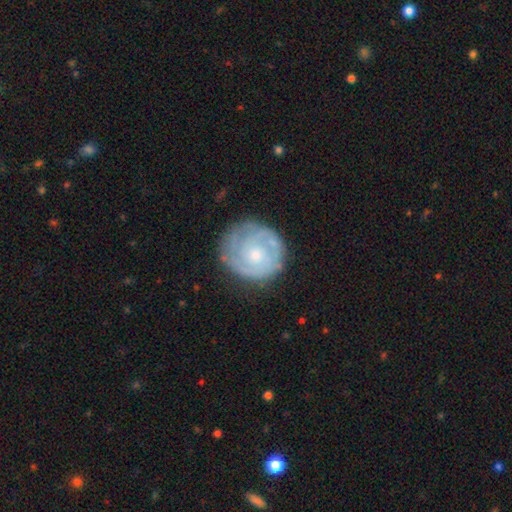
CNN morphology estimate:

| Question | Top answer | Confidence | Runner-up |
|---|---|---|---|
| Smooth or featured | featured or disk | 70% | smooth (25%) |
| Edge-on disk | no | 98% | yes (2%) |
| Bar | no | 80% | weak (18%) |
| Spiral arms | yes | 81% | no (19%) |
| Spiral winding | tight | 67% | medium (24%) |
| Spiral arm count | can't tell | 43% | 2 (24%) |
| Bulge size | small | 58% | moderate (36%) |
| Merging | none | 74% | minor disturbance (17%) |